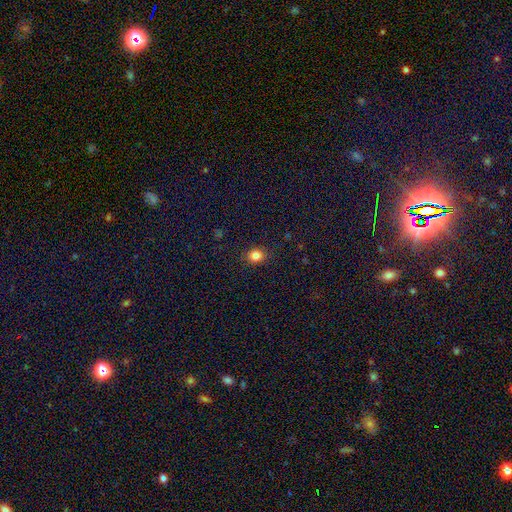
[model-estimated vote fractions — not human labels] smooth_or_featured: smooth (p=0.83) [alt: star or artifact p=0.12]
how_rounded: round (p=0.67) [alt: in between p=0.32]
merging: none (p=0.88) [alt: minor disturbance p=0.09]